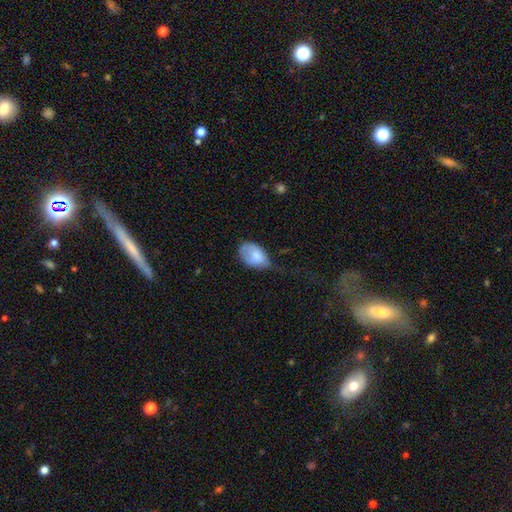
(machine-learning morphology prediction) A smooth galaxy with no disk features (79%) that is in between round and cigar-shaped (88%). Merging: minor disturbance (44%).